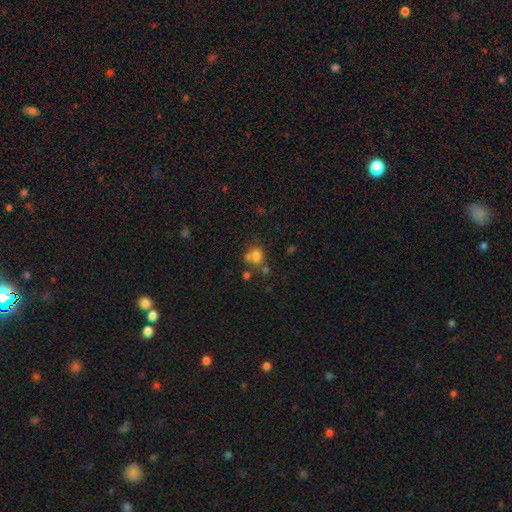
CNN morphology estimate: Smooth or featured?
  - smooth: 72% *
  - star or artifact: 15%
  - featured or disk: 12%
How rounded?
  - round: 69% *
  - in between: 30%
  - cigar-shaped: 1%
Merging?
  - none: 46% *
  - merger: 33%
  - minor disturbance: 13%
  - major disturbance: 8%